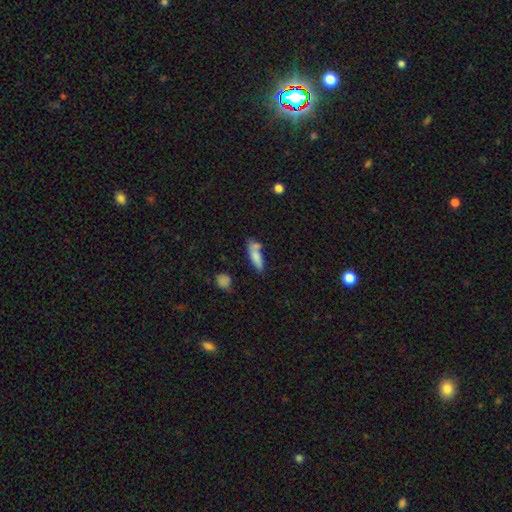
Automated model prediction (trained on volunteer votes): Smooth or featured? smooth (77%)
How rounded? in between (51%)
Merging? none (48%)